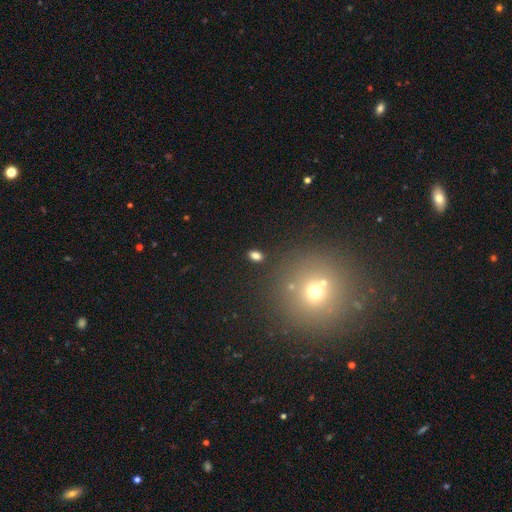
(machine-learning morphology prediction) smooth_or_featured: smooth (p=0.79) [alt: star or artifact p=0.14]
how_rounded: in between (p=0.85) [alt: round p=0.12]
merging: none (p=0.86) [alt: minor disturbance p=0.08]